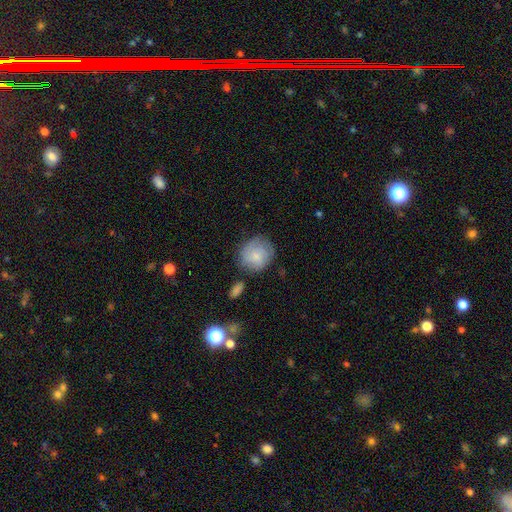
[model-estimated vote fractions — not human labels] smooth_or_featured: smooth (p=0.71) [alt: featured or disk p=0.22]
how_rounded: round (p=0.81) [alt: in between p=0.18]
merging: none (p=0.67) [alt: minor disturbance p=0.21]